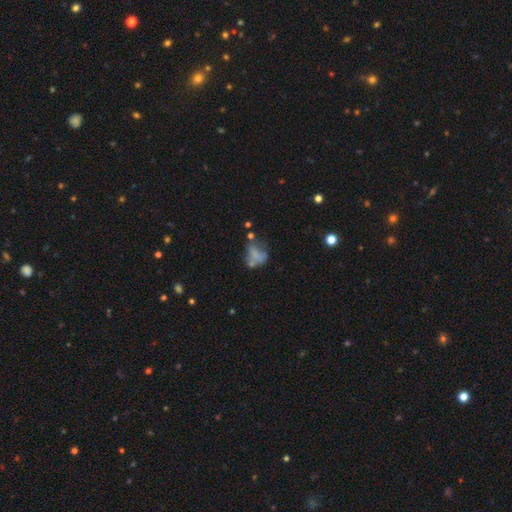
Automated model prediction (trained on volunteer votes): Smooth or featured? smooth (52%)
How rounded? in between (65%)
Merging? none (32%)